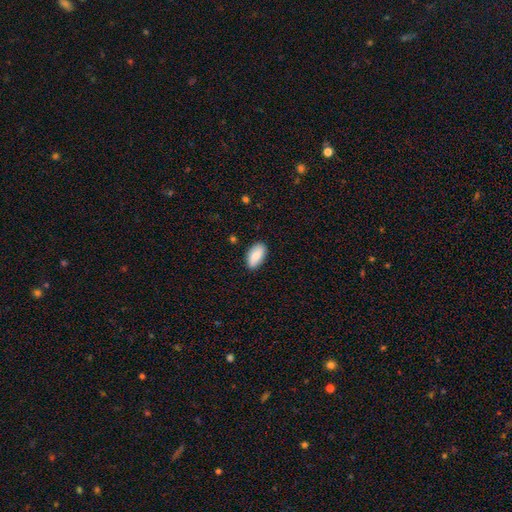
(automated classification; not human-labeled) Q: Smooth or featured?
A: smooth (81%); runner-up: featured or disk (13%)
Q: How rounded?
A: in between (93%); runner-up: cigar-shaped (5%)
Q: Merging?
A: none (84%); runner-up: minor disturbance (12%)